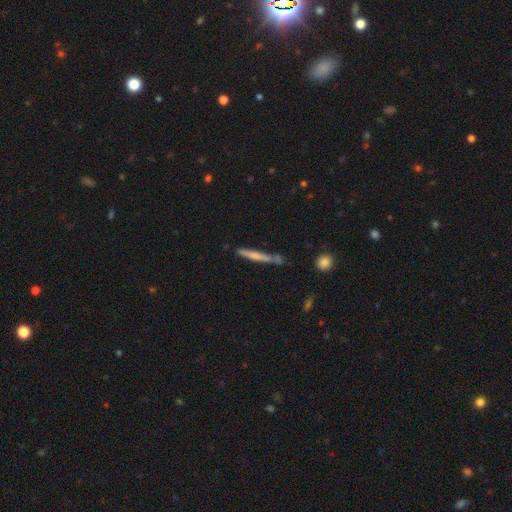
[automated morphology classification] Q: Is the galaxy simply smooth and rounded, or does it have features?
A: smooth — 61%.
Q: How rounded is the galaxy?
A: cigar-shaped — 96%.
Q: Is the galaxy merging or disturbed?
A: none — 70%.